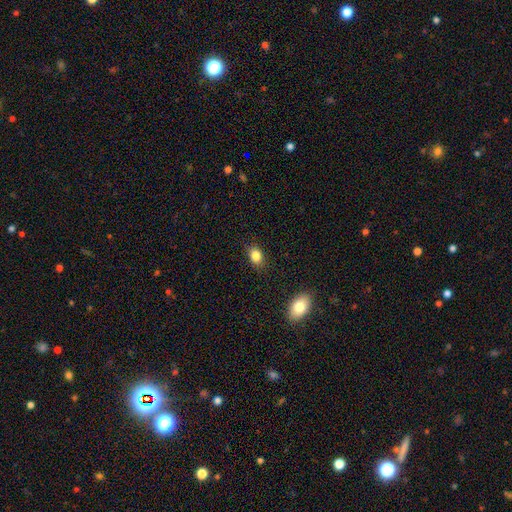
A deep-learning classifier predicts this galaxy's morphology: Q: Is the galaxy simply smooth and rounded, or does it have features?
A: smooth — 84%.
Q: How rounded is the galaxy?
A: in between — 74%.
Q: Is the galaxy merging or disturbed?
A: none — 85%.